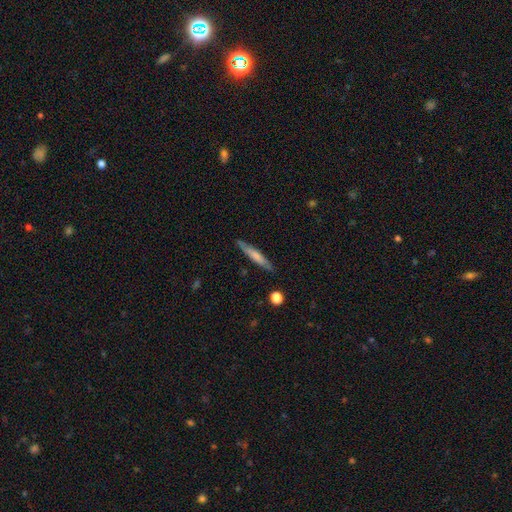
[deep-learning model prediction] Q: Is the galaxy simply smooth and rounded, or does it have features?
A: smooth — 60%.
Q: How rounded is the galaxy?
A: cigar-shaped — 93%.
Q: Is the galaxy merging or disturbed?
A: none — 86%.